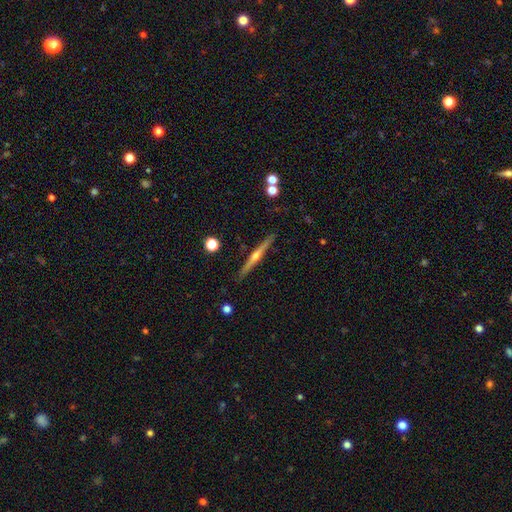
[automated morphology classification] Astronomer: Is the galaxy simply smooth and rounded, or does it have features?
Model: featured or disk — 79%.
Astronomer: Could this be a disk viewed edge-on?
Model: yes — 98%.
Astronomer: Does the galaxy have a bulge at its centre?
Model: rounded — 89%.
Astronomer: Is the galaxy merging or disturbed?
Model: none — 90%.